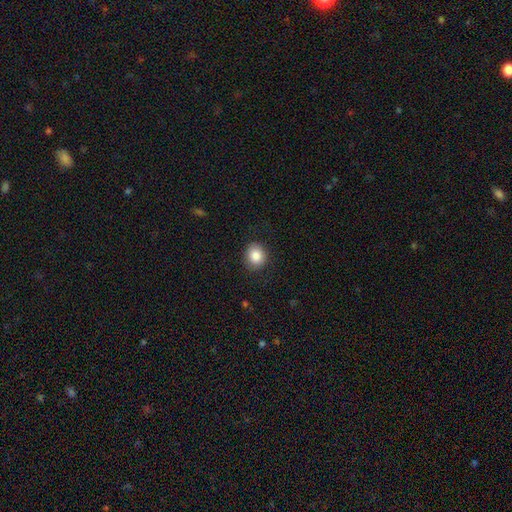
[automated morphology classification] smooth_or_featured: smooth (p=0.86) [alt: star or artifact p=0.09]
how_rounded: round (p=0.73) [alt: in between p=0.26]
merging: none (p=0.86) [alt: minor disturbance p=0.10]